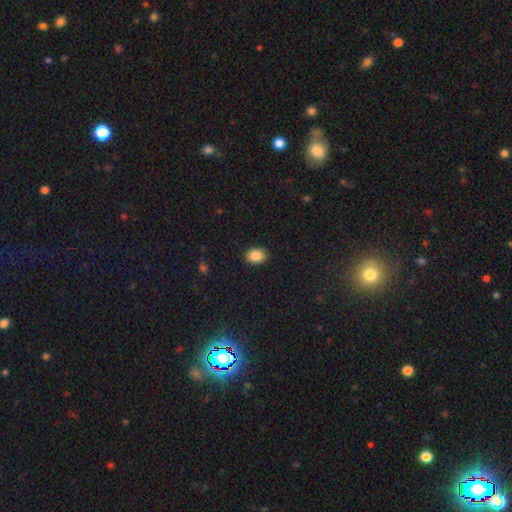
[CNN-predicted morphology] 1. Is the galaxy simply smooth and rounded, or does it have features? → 86% smooth, 9% star or artifact, 5% featured or disk.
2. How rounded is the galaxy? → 67% in between, 32% round, 1% cigar-shaped.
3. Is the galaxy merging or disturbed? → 89% none, 8% minor disturbance, 2% major disturbance, 1% merger.